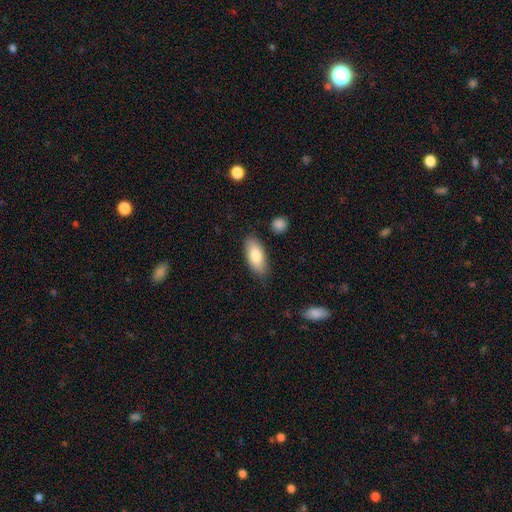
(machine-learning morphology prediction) A smooth galaxy with no disk features (81%) that is in between round and cigar-shaped (85%).

Vote fractions:
- Smooth or featured? smooth: 81% / featured or disk: 13% / star or artifact: 6%
- How rounded? in between: 85% / cigar-shaped: 13% / round: 2%
- Merging? none: 81% / minor disturbance: 13% / major disturbance: 3% / merger: 3%